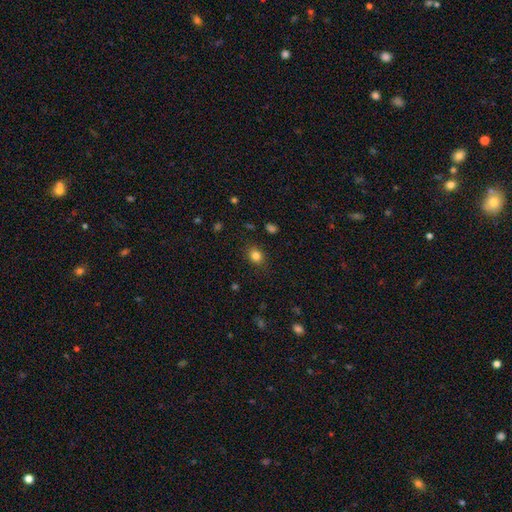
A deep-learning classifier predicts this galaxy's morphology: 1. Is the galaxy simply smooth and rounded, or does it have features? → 83% smooth, 12% star or artifact, 5% featured or disk.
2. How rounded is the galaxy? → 54% round, 45% in between, 1% cigar-shaped.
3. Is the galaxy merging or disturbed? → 85% none, 10% minor disturbance, 3% major disturbance, 1% merger.